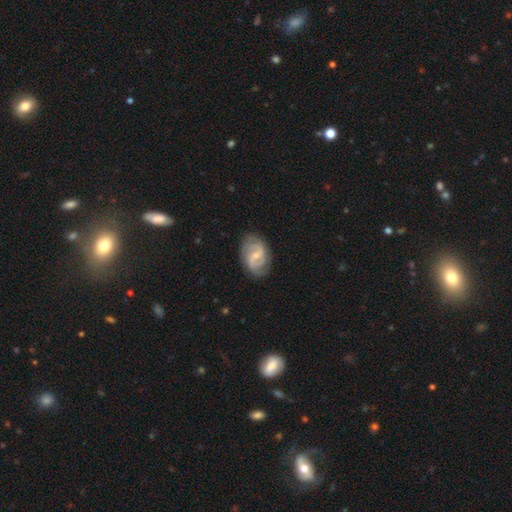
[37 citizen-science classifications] smooth_or_featured: featured or disk (p=0.84) [alt: smooth p=0.14]
disk_edge_on: no (p=1.00)
bar: weak (p=0.55) [alt: no p=0.35]
has_spiral_arms: yes (p=0.97) [alt: no p=0.03]
spiral_winding: medium (p=0.63) [alt: loose p=0.23]
spiral_arm_count: 2 (p=0.77) [alt: 3 p=0.13]
bulge_size: small (p=0.48) [alt: moderate p=0.45]
merging: none (p=0.83) [alt: minor disturbance p=0.08]